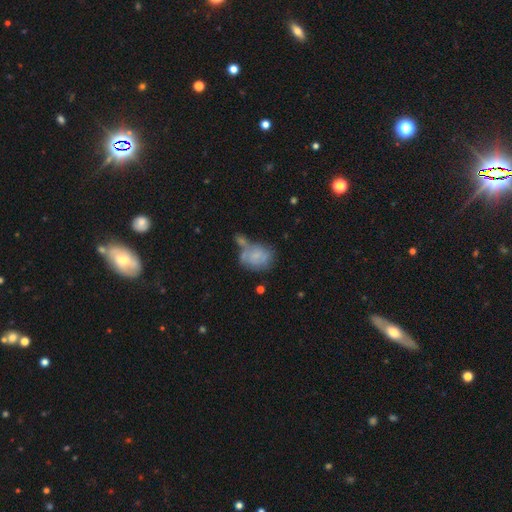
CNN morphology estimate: This is likely a smooth galaxy (63%). How rounded: likely in between (61%). Merging: marginally none (34%).